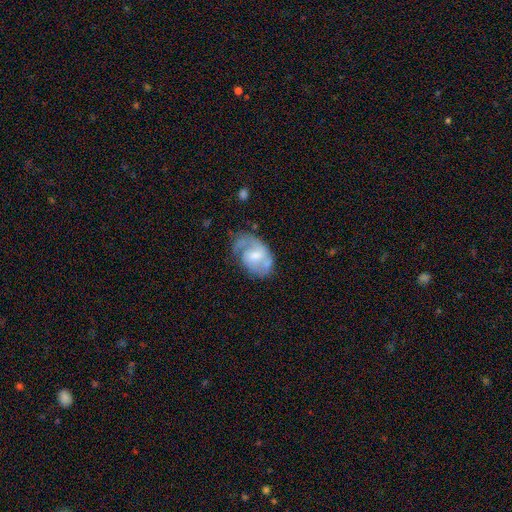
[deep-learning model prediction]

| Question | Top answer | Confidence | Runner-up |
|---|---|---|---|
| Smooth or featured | featured or disk | 72% | smooth (22%) |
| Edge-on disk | no | 97% | yes (3%) |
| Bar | weak | 48% | no (42%) |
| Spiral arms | yes | 86% | no (14%) |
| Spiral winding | medium | 47% | tight (27%) |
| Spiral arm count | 2 | 56% | 1 (22%) |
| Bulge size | moderate | 50% | small (34%) |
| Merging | none | 47% | minor disturbance (28%) |